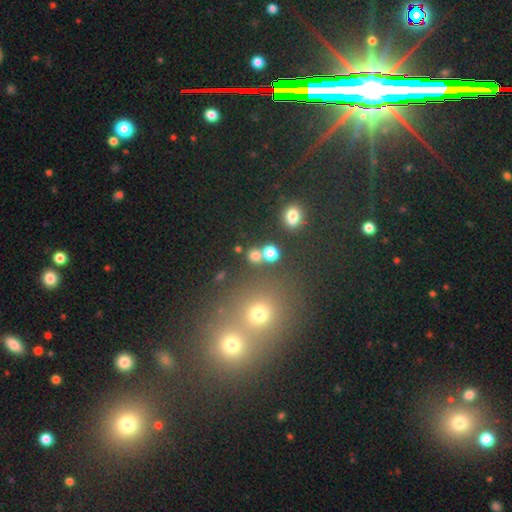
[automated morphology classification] smooth_or_featured: smooth (p=0.74) [alt: star or artifact p=0.19]
how_rounded: round (p=0.84) [alt: in between p=0.15]
merging: none (p=0.68) [alt: merger p=0.20]